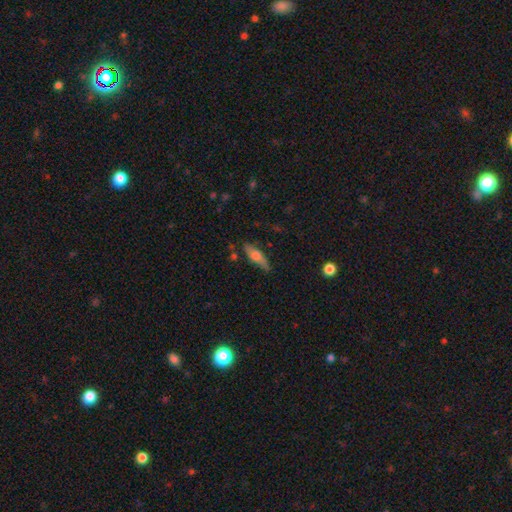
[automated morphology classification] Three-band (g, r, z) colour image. It shows a smooth galaxy with no disk features (57%) that is cigar-shaped (57%). Merging: none (75%).